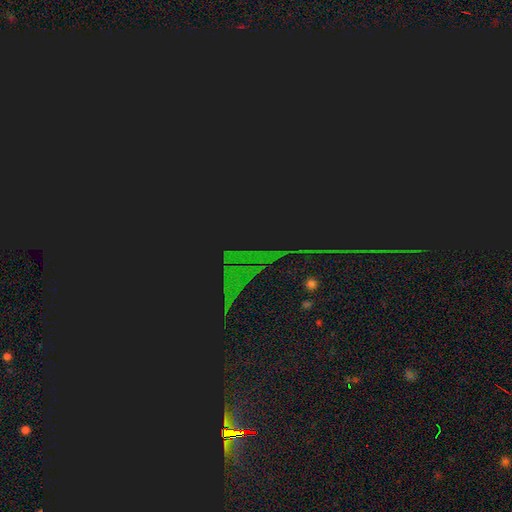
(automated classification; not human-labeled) Overall: star or artifact (86%).